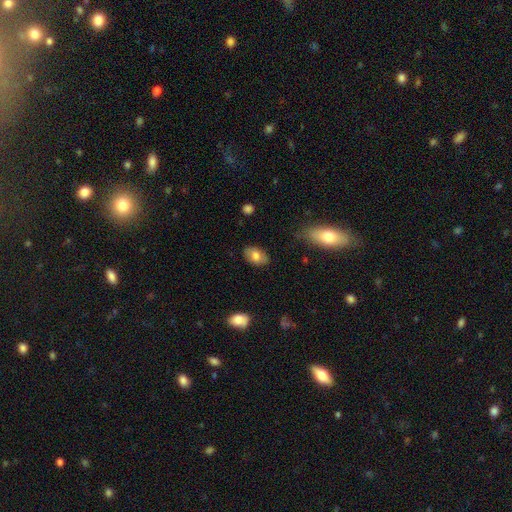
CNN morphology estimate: smooth-or-featured: smooth: 74% | featured or disk: 19% | star or artifact: 7%
  how-rounded: in between: 89% | round: 10% | cigar-shaped: 2%
  merging: none: 82% | minor disturbance: 14% | major disturbance: 3% | merger: 1%